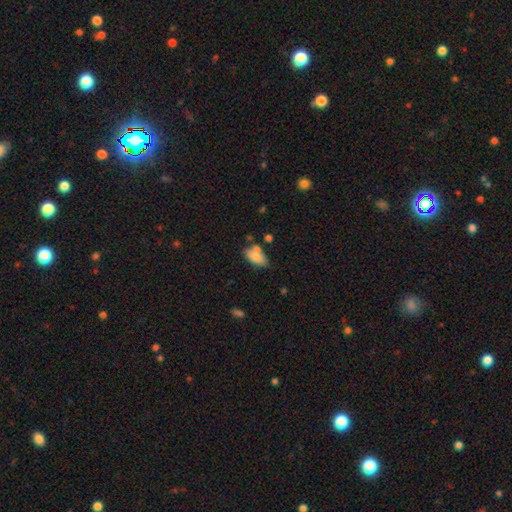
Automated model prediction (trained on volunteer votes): Overall: smooth (78%). How rounded: in between (91%). Merging: none (51%; minor disturbance 25%).